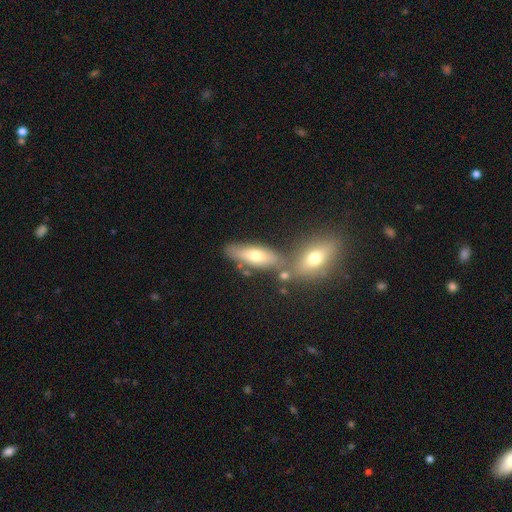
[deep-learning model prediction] Smooth or featured?
  - smooth: 58% *
  - featured or disk: 32%
  - star or artifact: 9%
How rounded?
  - in between: 60% *
  - cigar-shaped: 36%
  - round: 4%
Merging?
  - none: 57% *
  - merger: 26%
  - minor disturbance: 12%
  - major disturbance: 4%